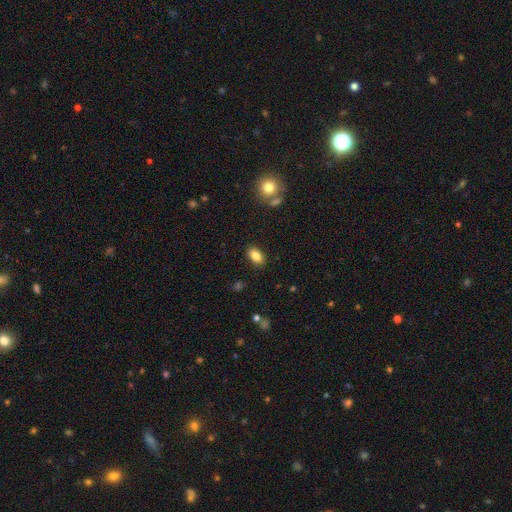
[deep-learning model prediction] A smooth galaxy with no disk features (84%) that is in between round and cigar-shaped (90%). Merging: none (87%).